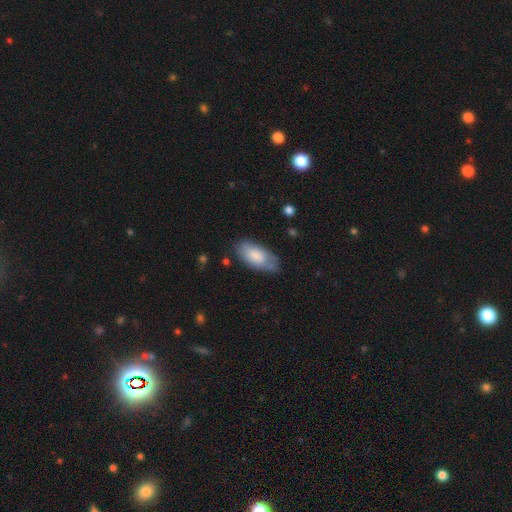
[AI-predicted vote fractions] smooth_or_featured: smooth (p=0.80) [alt: featured or disk p=0.14]
how_rounded: in between (p=0.91) [alt: cigar-shaped p=0.07]
merging: none (p=0.66) [alt: minor disturbance p=0.25]